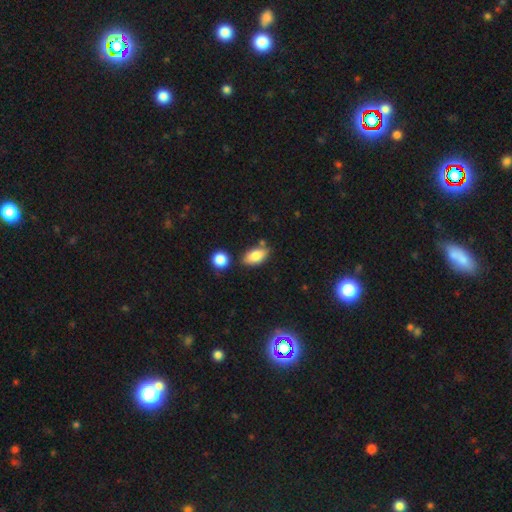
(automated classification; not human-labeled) The model was most divided on "merging": none: 74%, minor disturbance: 15%, merger: 8%, major disturbance: 3%. More confident: how rounded — in between (90%); smooth or featured — smooth (83%).